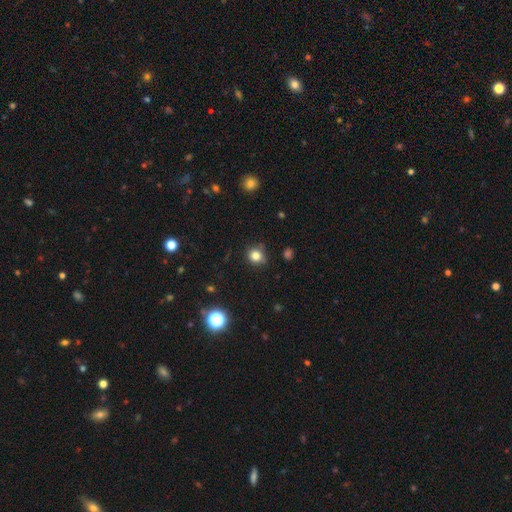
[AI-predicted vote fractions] smooth 80%, star or artifact 14%, featured or disk 6%. Down the decision tree: how rounded — round (83%); merging — none (79%).